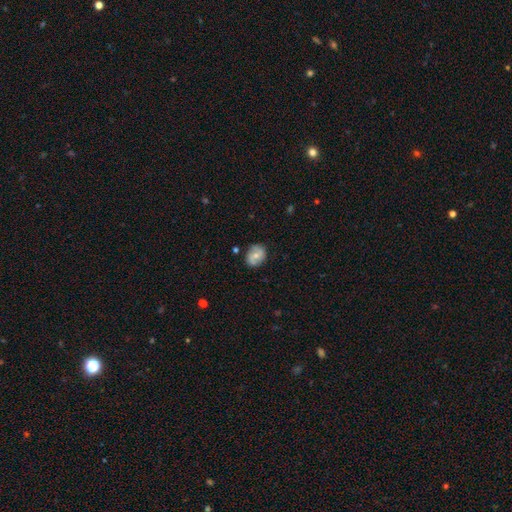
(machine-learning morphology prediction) Smooth or featured: featured or disk — 46% (tied with smooth — 46%)
Merging: none — 77% (minor disturbance — 17%)